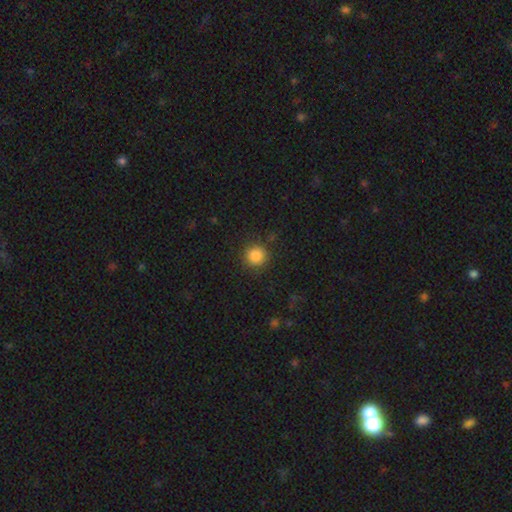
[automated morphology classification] smooth-or-featured: smooth: 85% | star or artifact: 11% | featured or disk: 4%
  how-rounded: round: 94% | in between: 5% | cigar-shaped: 1%
  merging: none: 88% | minor disturbance: 7% | major disturbance: 3% | merger: 1%